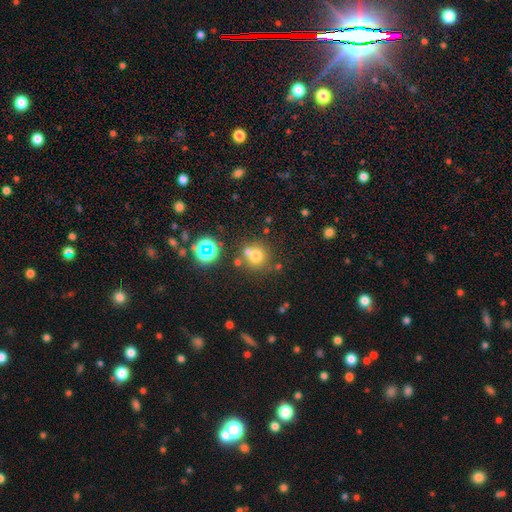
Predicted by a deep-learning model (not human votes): smooth 67%, star or artifact 21%, featured or disk 12%. Down the decision tree: how rounded — round (91%); merging — none (62%).